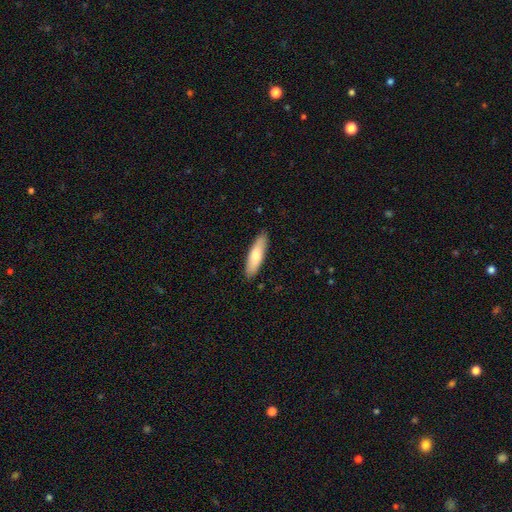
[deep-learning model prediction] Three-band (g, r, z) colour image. It shows a smooth galaxy with no disk features (73%) that is cigar-shaped (63%). Merging: none (89%).